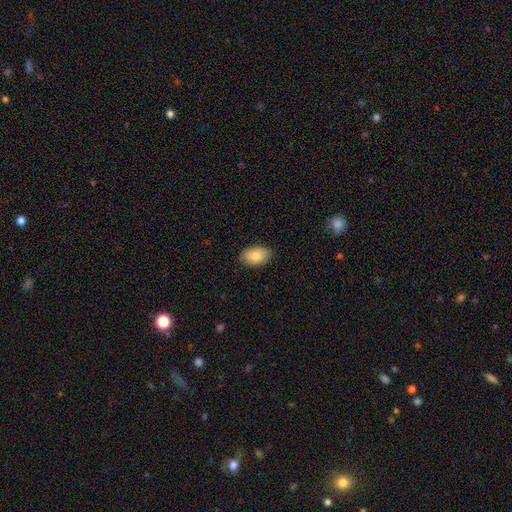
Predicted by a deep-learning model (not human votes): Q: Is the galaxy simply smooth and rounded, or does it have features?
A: smooth — 84%.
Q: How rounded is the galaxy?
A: in between — 90%.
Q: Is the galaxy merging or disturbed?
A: none — 87%.